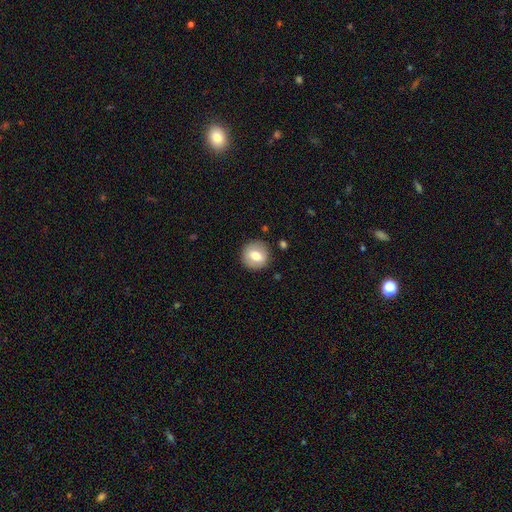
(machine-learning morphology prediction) Overall: smooth (69%). How rounded: round (92%). Merging: none (88%).